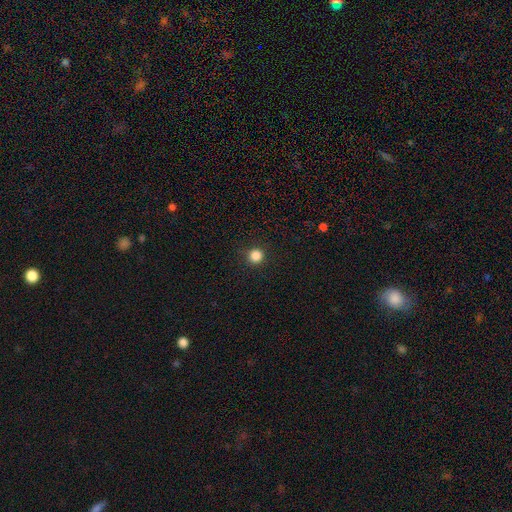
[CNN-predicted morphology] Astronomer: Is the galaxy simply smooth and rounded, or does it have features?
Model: smooth — 85%.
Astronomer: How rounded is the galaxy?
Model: round — 95%.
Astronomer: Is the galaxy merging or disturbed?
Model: none — 92%.